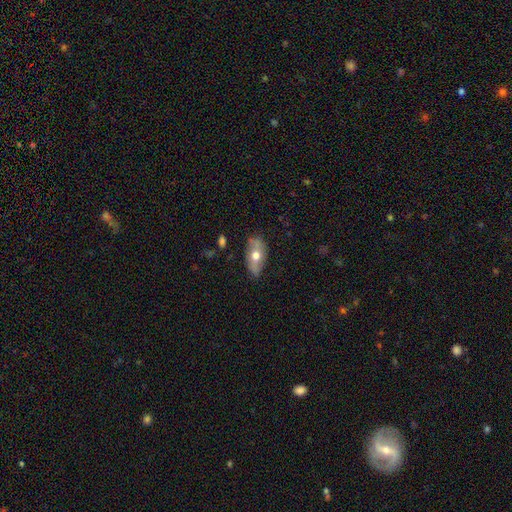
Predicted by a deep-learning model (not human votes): smooth-or-featured: smooth: 54% | featured or disk: 40% | star or artifact: 6%
  how-rounded: in between: 89% | cigar-shaped: 6% | round: 6%
  merging: none: 77% | minor disturbance: 18% | major disturbance: 4% | merger: 2%